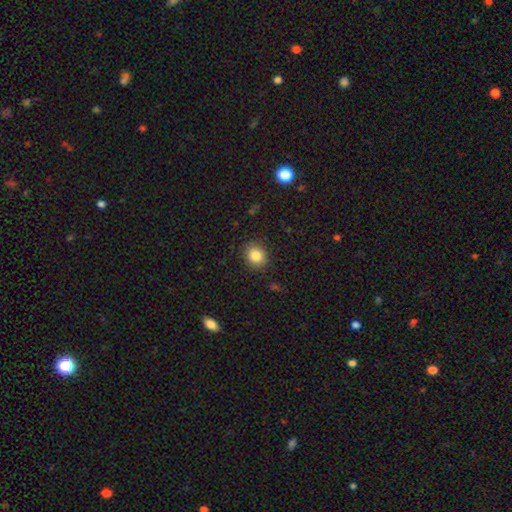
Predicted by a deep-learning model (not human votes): This is clearly a smooth galaxy (85%). How rounded: likely round (63%). Merging: clearly none (88%).